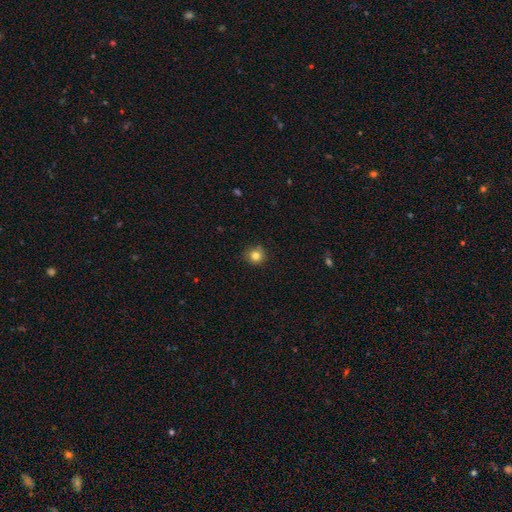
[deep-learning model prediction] Q: Smooth or featured?
A: smooth (82%); runner-up: star or artifact (12%)
Q: How rounded?
A: round (93%); runner-up: in between (6%)
Q: Merging?
A: none (87%); runner-up: minor disturbance (9%)